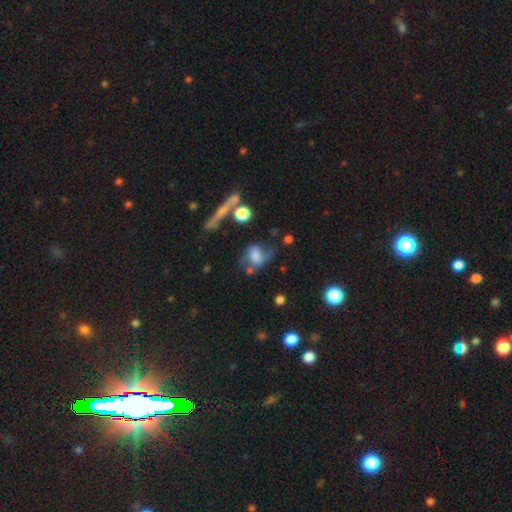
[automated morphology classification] smooth_or_featured: smooth (p=0.53) [alt: featured or disk p=0.35]
how_rounded: in between (p=0.61) [alt: round p=0.36]
merging: none (p=0.35) [alt: major disturbance p=0.29]